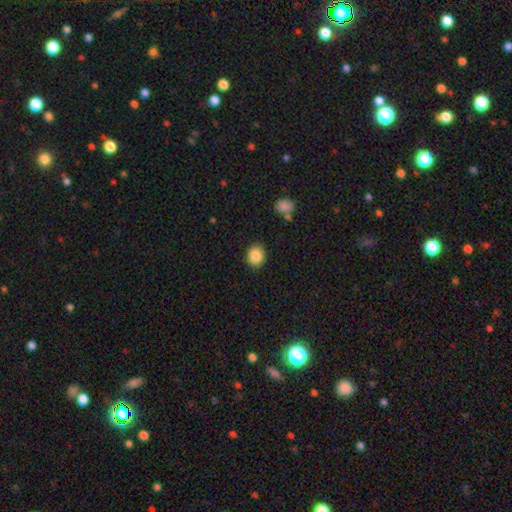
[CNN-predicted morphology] A smooth galaxy with no disk features (87%) that is round (64%).

Vote fractions:
- Smooth or featured? smooth: 87% / star or artifact: 8% / featured or disk: 5%
- How rounded? round: 64% / in between: 35% / cigar-shaped: 1%
- Merging? none: 88% / minor disturbance: 8% / major disturbance: 2% / merger: 1%